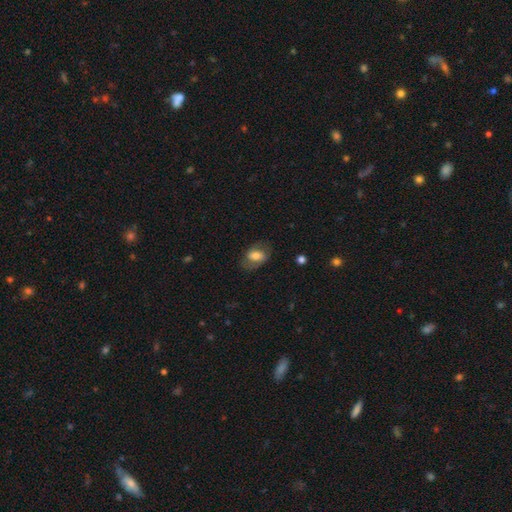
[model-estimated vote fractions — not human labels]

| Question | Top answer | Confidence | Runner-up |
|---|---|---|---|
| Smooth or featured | smooth | 61% | featured or disk (32%) |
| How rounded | in between | 82% | round (16%) |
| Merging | none | 67% | minor disturbance (20%) |